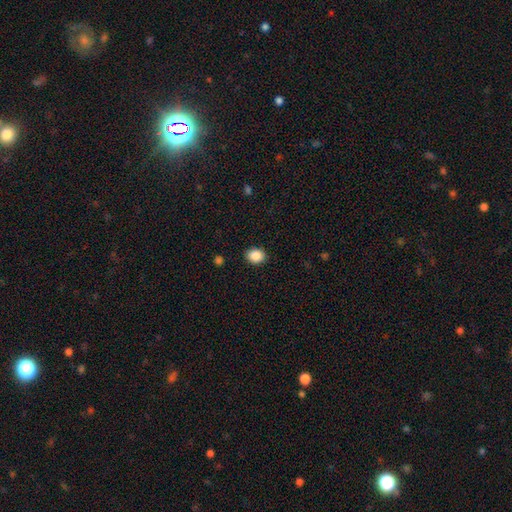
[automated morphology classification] A smooth galaxy with no disk features (88%) that is round (53%). Merging: none (90%).